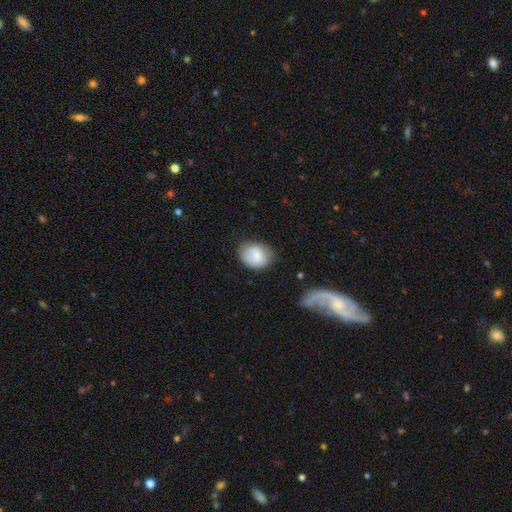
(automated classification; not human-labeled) smooth_or_featured: smooth (p=0.75) [alt: featured or disk p=0.18]
how_rounded: in between (p=0.57) [alt: round p=0.42]
merging: none (p=0.70) [alt: minor disturbance p=0.22]